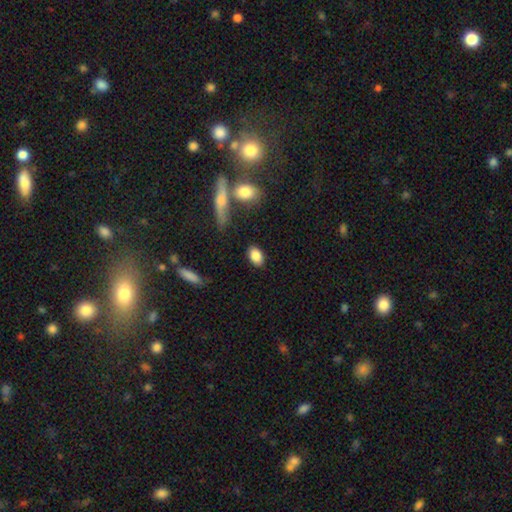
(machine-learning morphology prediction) smooth_or_featured: smooth (p=0.86) [alt: star or artifact p=0.07]
how_rounded: in between (p=0.87) [alt: round p=0.11]
merging: none (p=0.84) [alt: minor disturbance p=0.10]